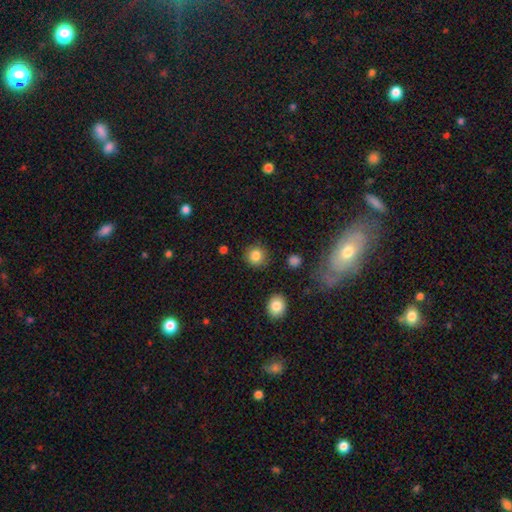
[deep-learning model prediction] Q: Smooth or featured?
A: smooth (84%); runner-up: star or artifact (10%)
Q: How rounded?
A: round (91%); runner-up: in between (8%)
Q: Merging?
A: none (87%); runner-up: minor disturbance (8%)